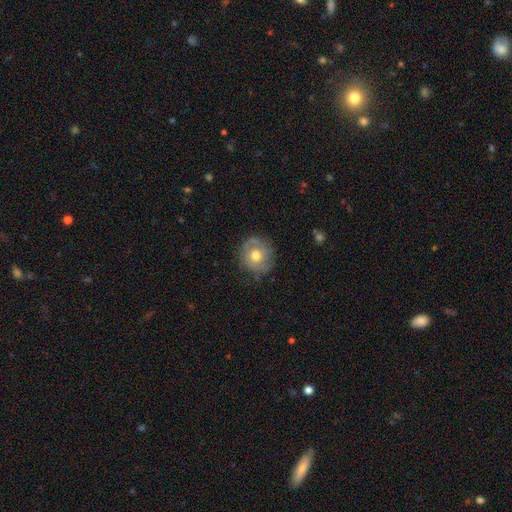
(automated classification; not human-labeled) Q: Smooth or featured?
A: smooth (52%); runner-up: featured or disk (41%)
Q: How rounded?
A: round (87%); runner-up: in between (12%)
Q: Merging?
A: none (72%); runner-up: minor disturbance (20%)